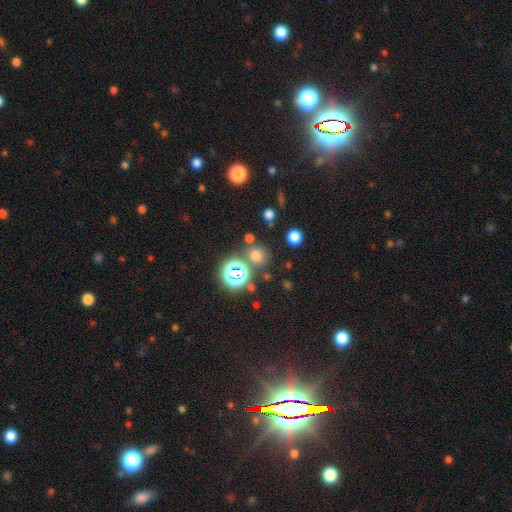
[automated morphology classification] Smooth or featured?
  - smooth: 63% *
  - star or artifact: 30%
  - featured or disk: 7%
How rounded?
  - round: 81% *
  - in between: 18%
  - cigar-shaped: 1%
Merging?
  - none: 74% *
  - merger: 12%
  - minor disturbance: 10%
  - major disturbance: 4%